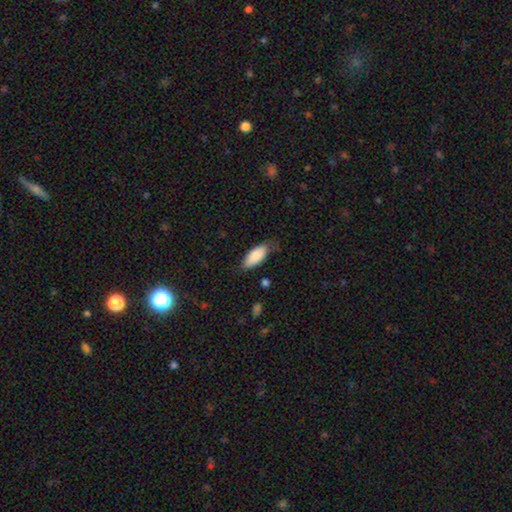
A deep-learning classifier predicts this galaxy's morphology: smooth_or_featured: smooth (p=0.85) [alt: featured or disk p=0.09]
how_rounded: in between (p=0.85) [alt: cigar-shaped p=0.13]
merging: none (p=0.70) [alt: minor disturbance p=0.23]